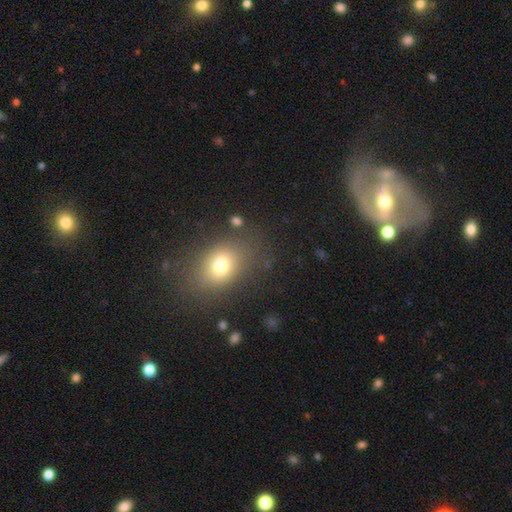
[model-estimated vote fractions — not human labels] A smooth galaxy with no disk features (63%) that is in between round and cigar-shaped (60%). Merging: none (76%).